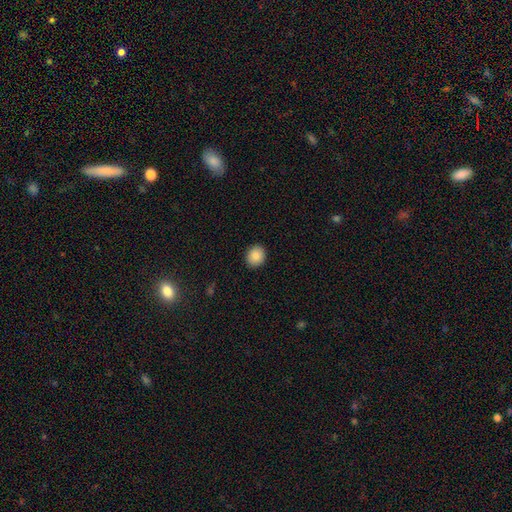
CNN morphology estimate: Smooth or featured: smooth — 87% (star or artifact — 8%)
How rounded: round — 65% (in between — 34%)
Merging: none — 91% (minor disturbance — 6%)